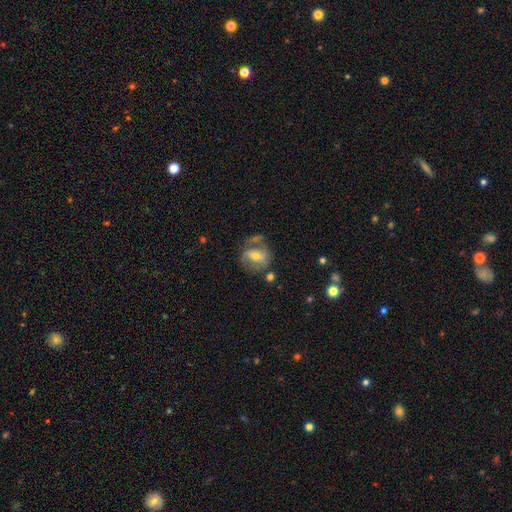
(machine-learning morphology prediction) The model was most divided on "bar": weak: 38%, strong: 34%, no: 27%. More confident: edge-on disk — no (94%); spiral arms — yes (68%); smooth or featured — featured or disk (61%); bulge size — moderate (56%); merging — none (51%).